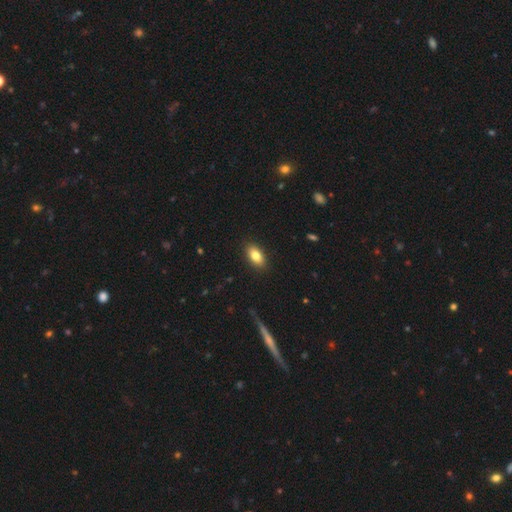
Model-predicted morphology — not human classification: This is clearly a smooth galaxy (83%). How rounded: clearly in between (90%). Merging: clearly none (89%).